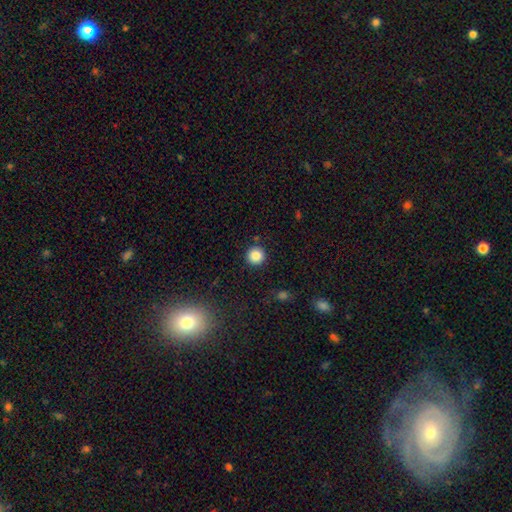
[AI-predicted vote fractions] Morphology: type=smooth (86%); roundness=round (96%); merging=none (90%).